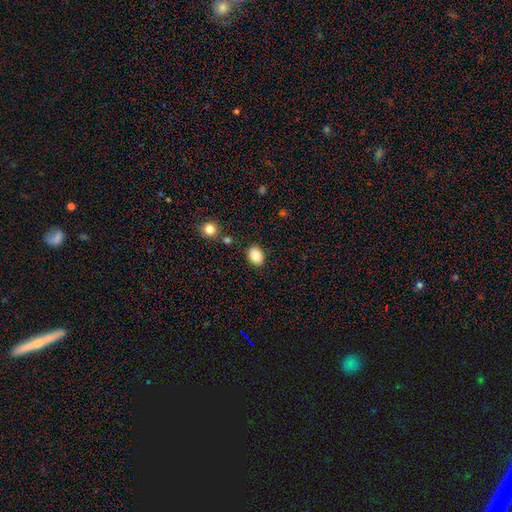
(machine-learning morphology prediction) Smooth or featured: smooth — 87% (star or artifact — 8%)
How rounded: in between — 74% (round — 25%)
Merging: none — 86% (minor disturbance — 9%)